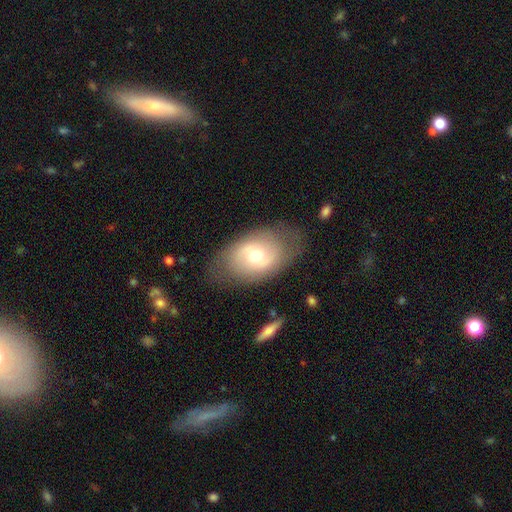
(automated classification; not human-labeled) Smooth or featured? featured or disk (51%)
Edge-on disk? no (93%)
Merging? none (72%)